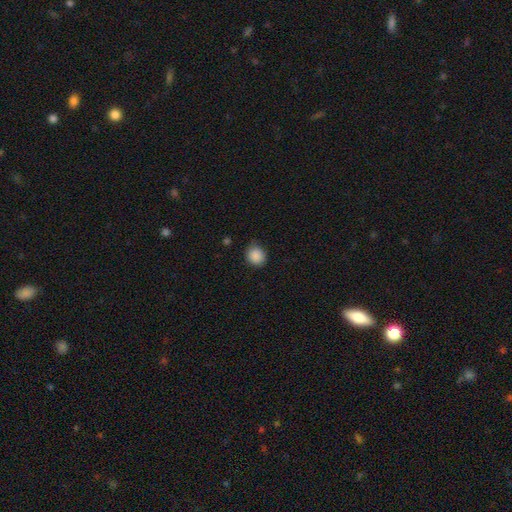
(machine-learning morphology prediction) Smooth or featured: smooth — 89% (star or artifact — 9%)
How rounded: round — 78% (in between — 21%)
Merging: none — 81% (minor disturbance — 15%)